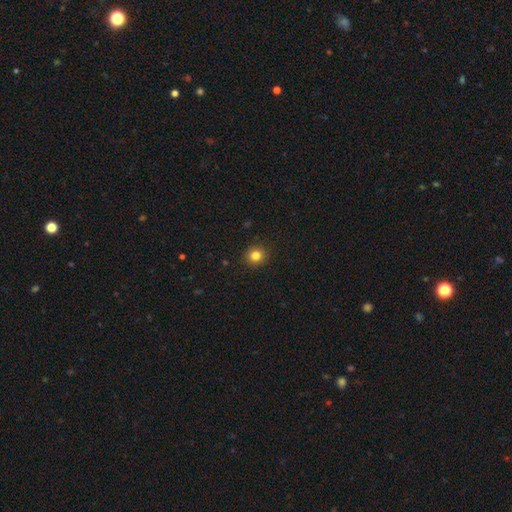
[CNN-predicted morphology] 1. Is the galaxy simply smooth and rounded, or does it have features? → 82% smooth, 12% star or artifact, 6% featured or disk.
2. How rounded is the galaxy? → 90% round, 9% in between, 1% cigar-shaped.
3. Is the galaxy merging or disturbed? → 91% none, 6% minor disturbance, 2% major disturbance, 1% merger.